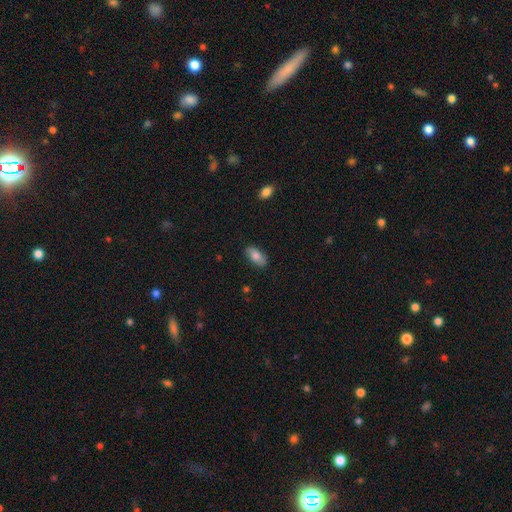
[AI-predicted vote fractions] Smooth or featured? Predicted: smooth (p=0.81). How rounded? Predicted: in between (p=0.90). Merging? Predicted: none (p=0.85).